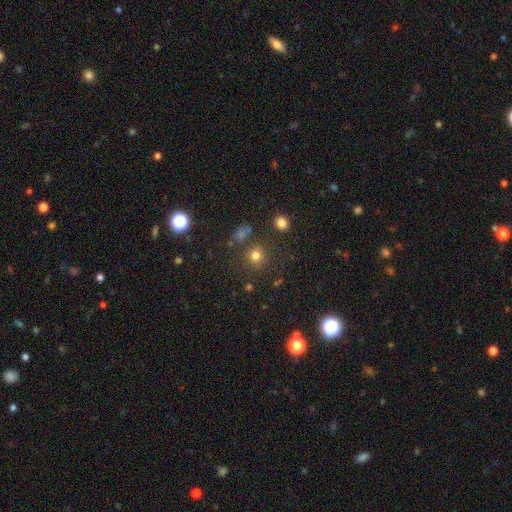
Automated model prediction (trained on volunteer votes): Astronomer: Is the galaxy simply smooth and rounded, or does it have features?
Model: smooth — 76%.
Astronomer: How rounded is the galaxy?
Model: round — 88%.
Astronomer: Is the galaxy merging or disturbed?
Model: none — 79%.